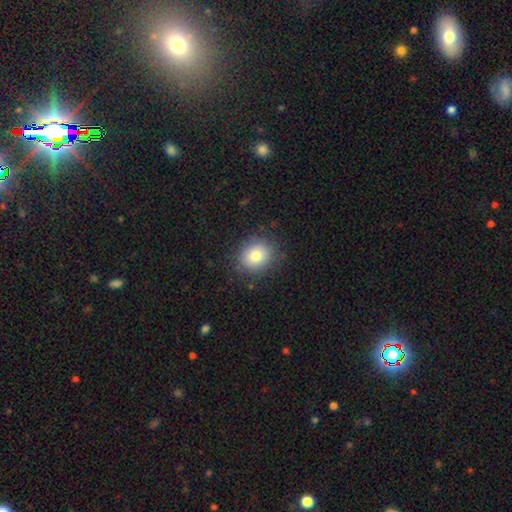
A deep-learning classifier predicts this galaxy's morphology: A smooth galaxy with no disk features (80%) that is round (79%).

Vote fractions:
- Smooth or featured? smooth: 80% / star or artifact: 11% / featured or disk: 10%
- How rounded? round: 79% / in between: 20% / cigar-shaped: 1%
- Merging? none: 86% / minor disturbance: 10% / major disturbance: 3% / merger: 1%